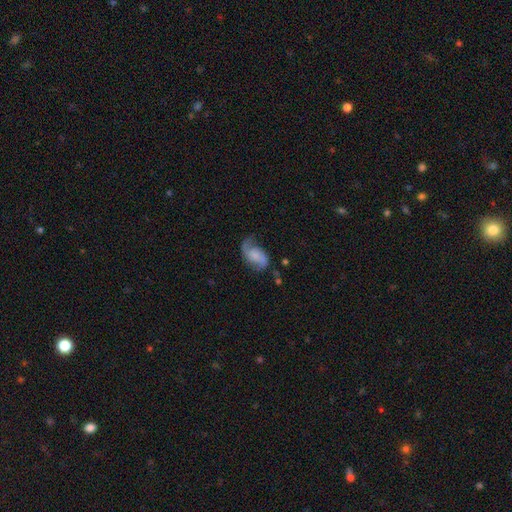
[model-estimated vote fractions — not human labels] Smooth or featured: featured or disk — 71% (smooth — 22%)
Edge-on disk: no — 97% (yes — 3%)
Bar: no — 58% (weak — 34%)
Spiral arms: yes — 93% (no — 7%)
Spiral winding: loose — 55% (medium — 34%)
Spiral arm count: 2 — 83% (1 — 10%)
Bulge size: none — 38% (small — 27%)
Merging: none — 58% (minor disturbance — 24%)